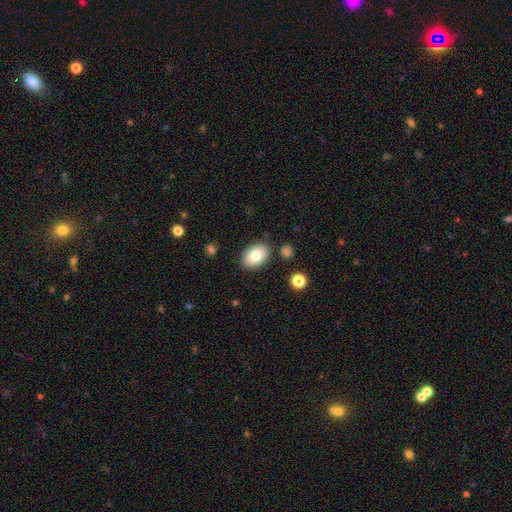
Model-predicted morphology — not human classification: smooth 81%, featured or disk 11%, star or artifact 7%. Down the decision tree: how rounded — in between (88%); merging — none (85%).